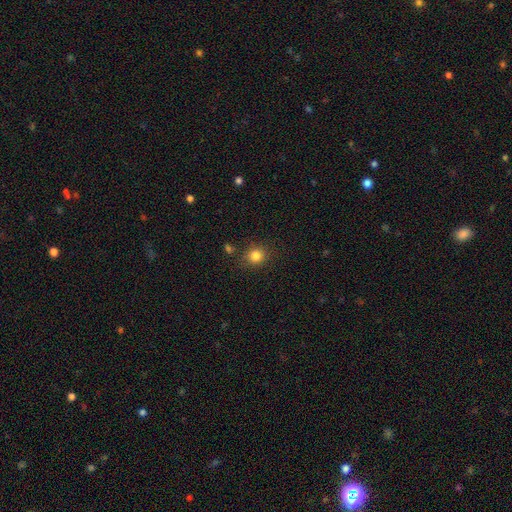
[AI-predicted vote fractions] Morphology: type=smooth (83%); roundness=round (84%); merging=none (84%).